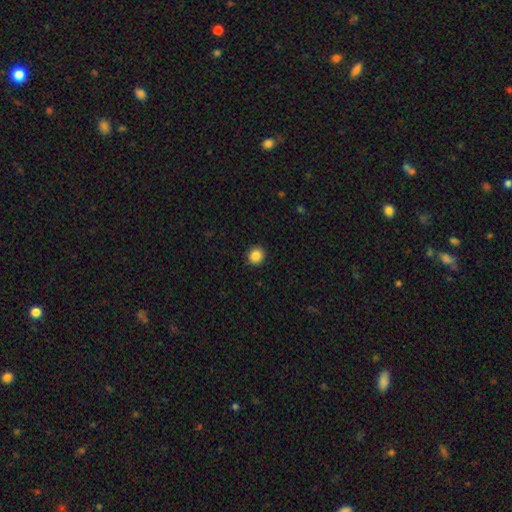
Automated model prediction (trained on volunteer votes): A smooth galaxy with no disk features (87%) that is round (89%).

Vote fractions:
- Smooth or featured? smooth: 87% / star or artifact: 10% / featured or disk: 4%
- How rounded? round: 89% / in between: 10% / cigar-shaped: 1%
- Merging? none: 92% / minor disturbance: 5% / major disturbance: 2% / merger: 1%